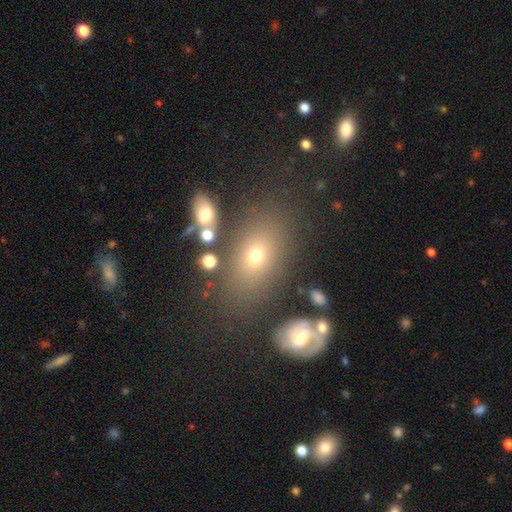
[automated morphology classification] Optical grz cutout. It shows a smooth galaxy with no disk features (63%) that is in between round and cigar-shaped (78%). Merging: none (74%).